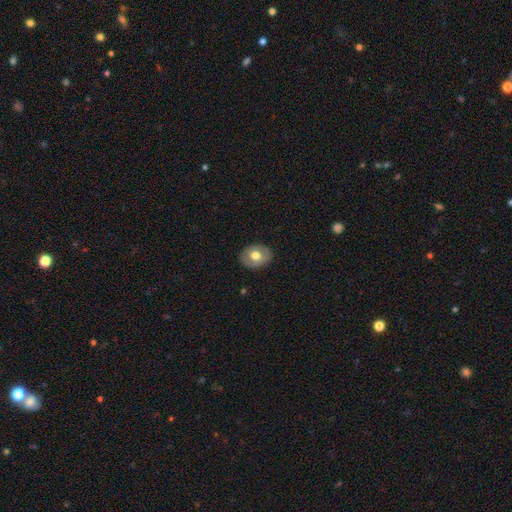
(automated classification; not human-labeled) smooth 62%, featured or disk 32%, star or artifact 7%. Down the decision tree: how rounded — in between (55%); merging — none (86%).